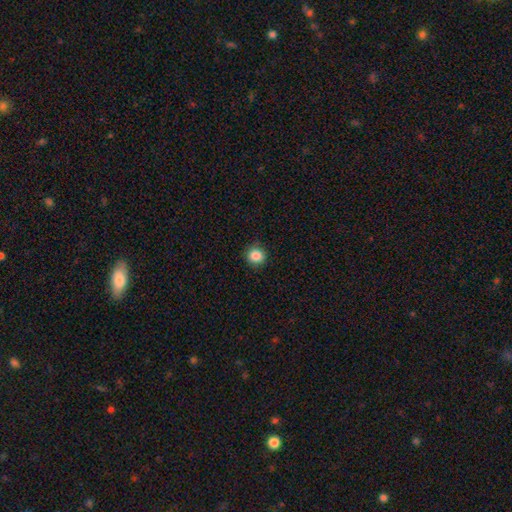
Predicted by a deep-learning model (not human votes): smooth-or-featured: smooth: 86% | star or artifact: 11% | featured or disk: 4%
  how-rounded: round: 92% | in between: 7% | cigar-shaped: 1%
  merging: none: 90% | minor disturbance: 7% | major disturbance: 2% | merger: 1%